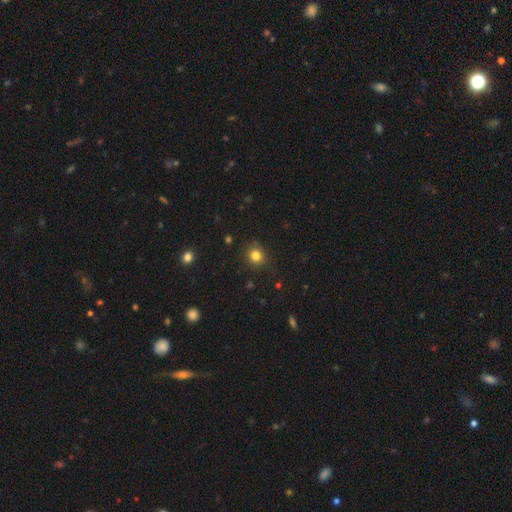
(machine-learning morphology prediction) type=smooth (81%); roundness=round (82%); merging=none (85%).